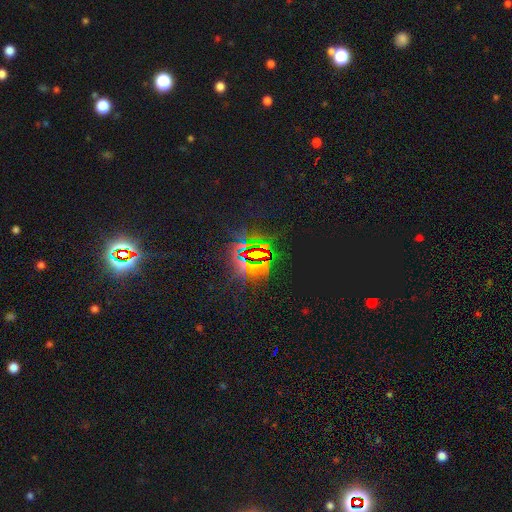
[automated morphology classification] A star or artifact, not a galaxy (82%).

Vote fractions:
- Smooth or featured? star or artifact: 82% / featured or disk: 10% / smooth: 9%